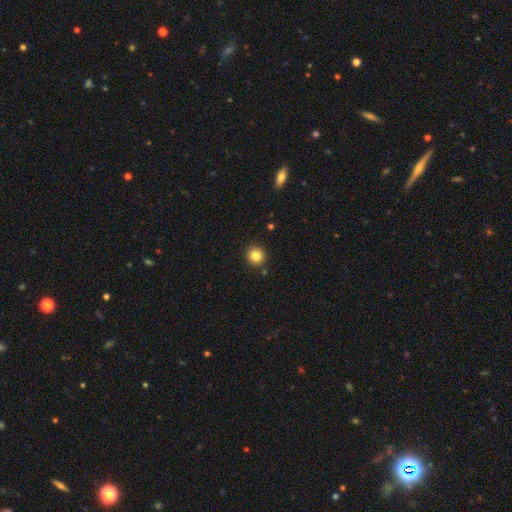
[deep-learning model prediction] smooth_or_featured: smooth (p=0.85) [alt: star or artifact p=0.11]
how_rounded: round (p=0.94) [alt: in between p=0.05]
merging: none (p=0.91) [alt: minor disturbance p=0.06]